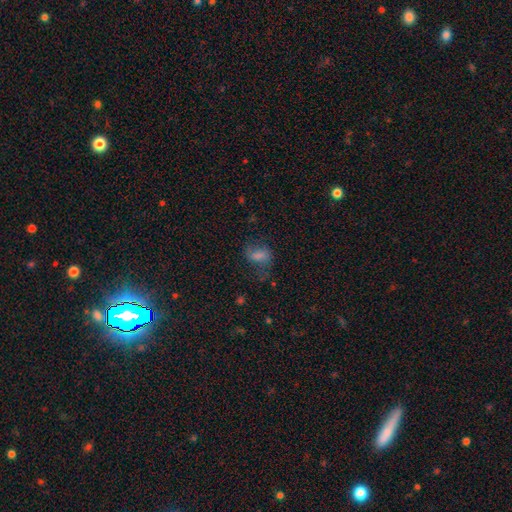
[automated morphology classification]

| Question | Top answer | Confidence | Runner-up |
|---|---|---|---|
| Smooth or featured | smooth | 50% | featured or disk (27%) |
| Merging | none | 55% | minor disturbance (23%) |